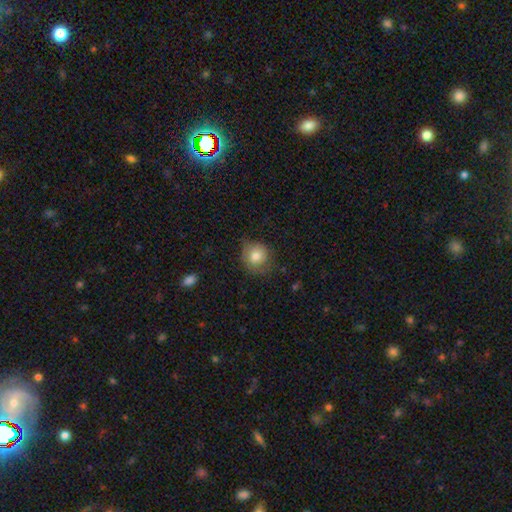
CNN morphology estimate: smooth_or_featured: smooth (p=0.77) [alt: featured or disk p=0.15]
how_rounded: round (p=0.83) [alt: in between p=0.16]
merging: none (p=0.61) [alt: minor disturbance p=0.28]